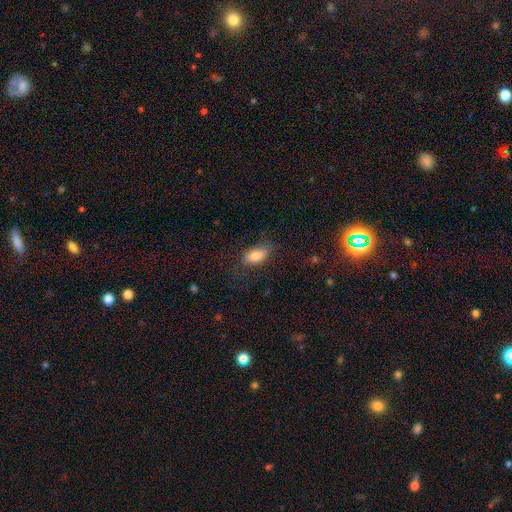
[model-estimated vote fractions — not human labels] Q: Smooth or featured?
A: smooth (78%); runner-up: featured or disk (14%)
Q: How rounded?
A: in between (88%); runner-up: cigar-shaped (9%)
Q: Merging?
A: none (76%); runner-up: minor disturbance (17%)